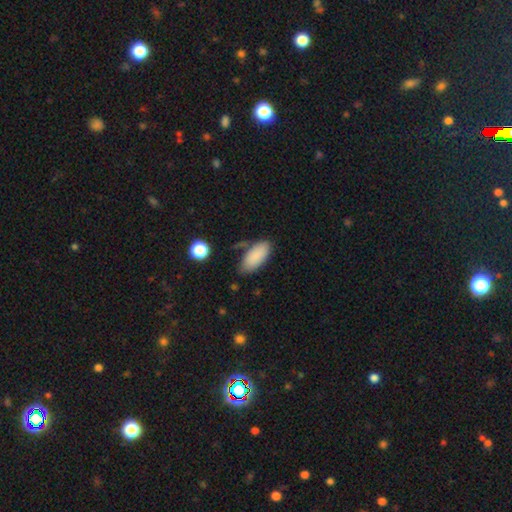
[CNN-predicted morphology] Smooth or featured?
  - smooth: 86% *
  - star or artifact: 7%
  - featured or disk: 6%
How rounded?
  - in between: 88% *
  - cigar-shaped: 10%
  - round: 2%
Merging?
  - none: 68% *
  - minor disturbance: 19%
  - merger: 7%
  - major disturbance: 6%